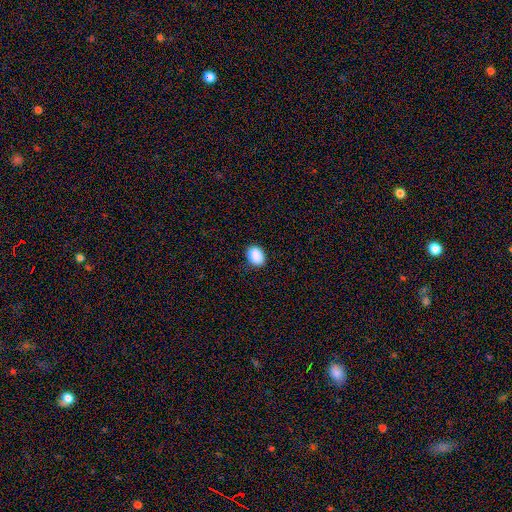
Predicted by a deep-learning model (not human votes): This is clearly a smooth galaxy (90%). How rounded: likely in between (70%). Merging: clearly none (88%).